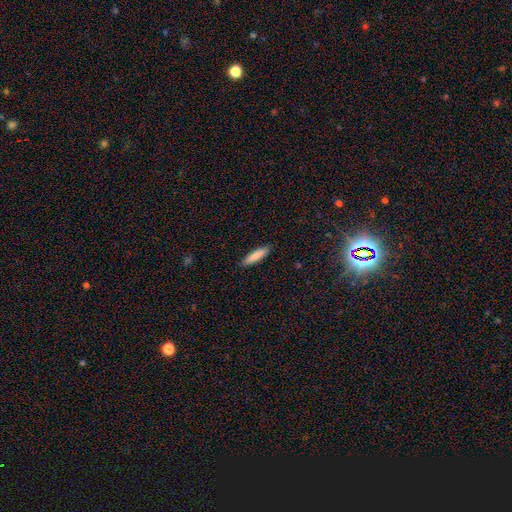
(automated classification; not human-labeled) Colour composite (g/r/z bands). It shows a smooth galaxy with no disk features (84%) that is cigar-shaped (73%). Merging: none (89%).